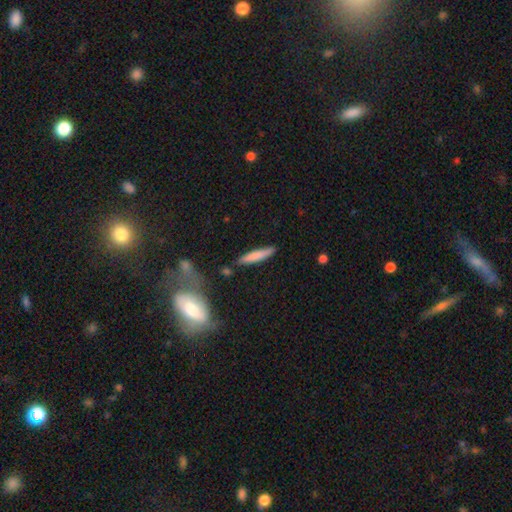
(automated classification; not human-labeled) A smooth galaxy with no disk features (77%) that is cigar-shaped (90%). Merging: none (84%).